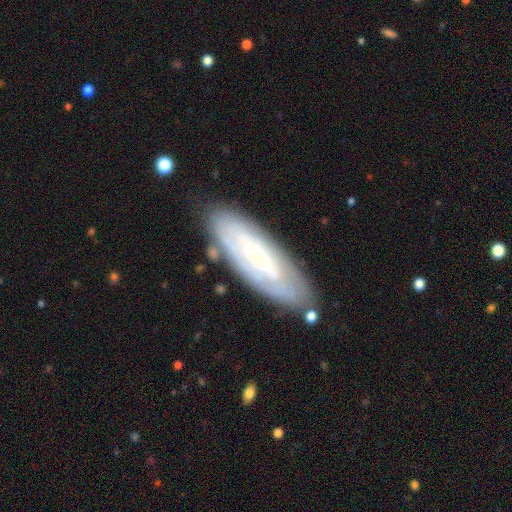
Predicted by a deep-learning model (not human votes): The model was most divided on "smooth or featured": featured or disk: 62%, smooth: 30%, star or artifact: 7%. More confident: edge-on disk — no (80%); merging — none (78%).